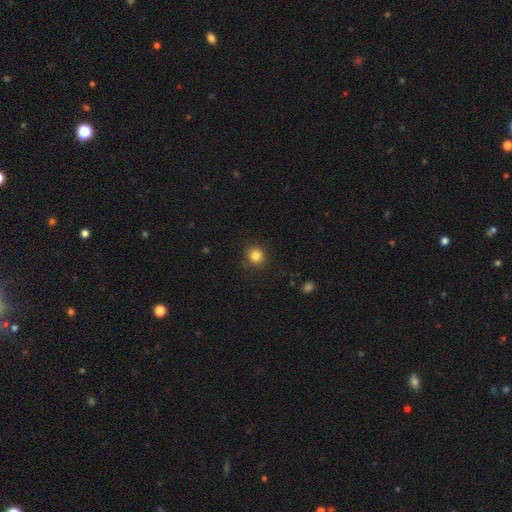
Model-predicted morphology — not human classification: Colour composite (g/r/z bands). It shows a smooth galaxy with no disk features (83%) that is round (90%). Merging: none (89%).